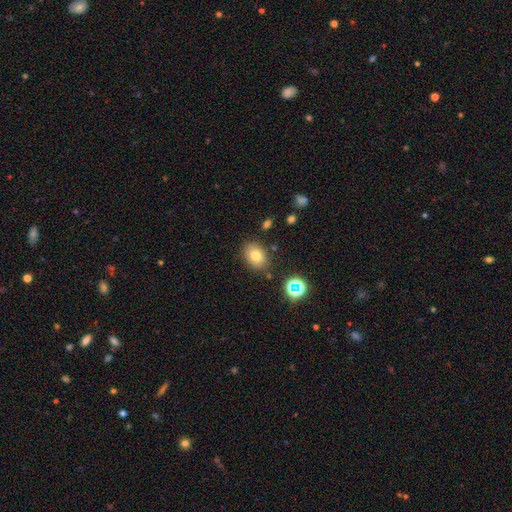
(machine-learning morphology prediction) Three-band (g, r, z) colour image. It shows a smooth galaxy with no disk features (76%) that is in between round and cigar-shaped (72%). Merging: none (82%).